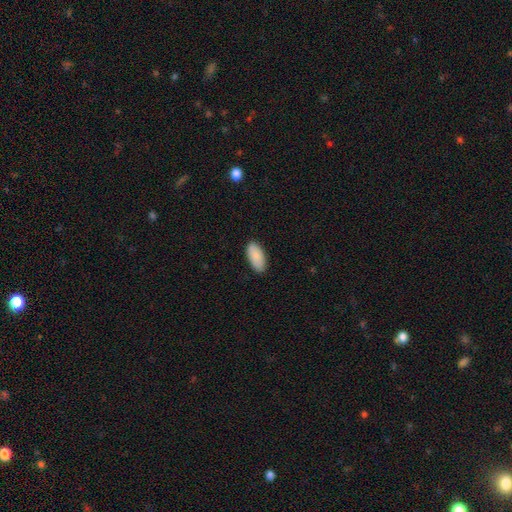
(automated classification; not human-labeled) A smooth galaxy with no disk features (88%) that is in between round and cigar-shaped (92%).

Vote fractions:
- Smooth or featured? smooth: 88% / featured or disk: 6% / star or artifact: 6%
- How rounded? in between: 92% / cigar-shaped: 6% / round: 2%
- Merging? none: 86% / minor disturbance: 11% / major disturbance: 2% / merger: 1%